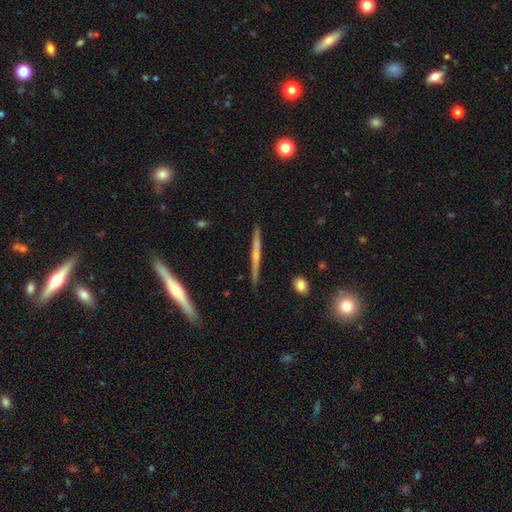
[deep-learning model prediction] Q: Smooth or featured?
A: featured or disk (72%); runner-up: smooth (18%)
Q: Edge-on disk?
A: yes (96%); runner-up: no (4%)
Q: Edge-on bulge?
A: rounded (68%); runner-up: none (23%)
Q: Merging?
A: none (88%); runner-up: minor disturbance (8%)